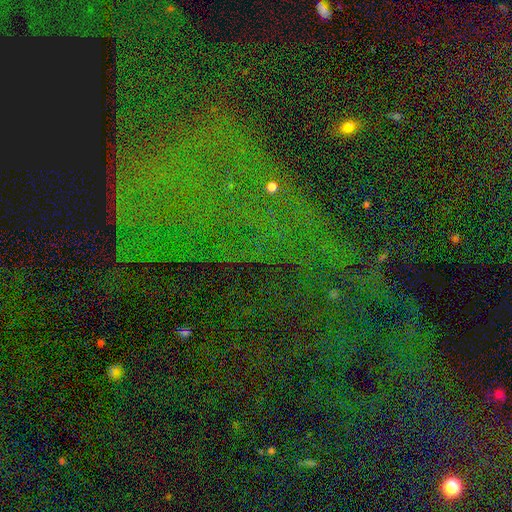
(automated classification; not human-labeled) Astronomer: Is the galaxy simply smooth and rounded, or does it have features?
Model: star or artifact — 80%.